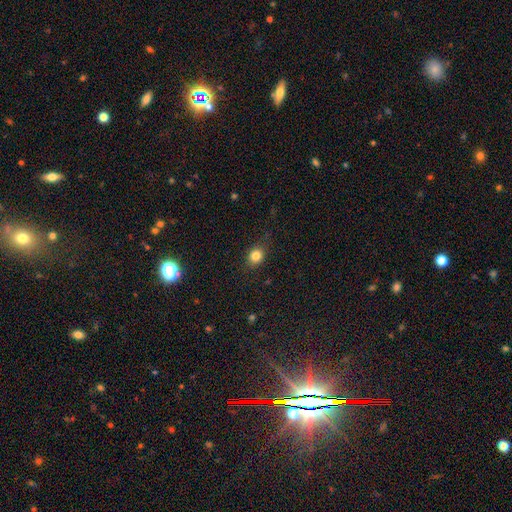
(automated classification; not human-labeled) Overall: smooth (83%). How rounded: round (62%; in between 37%). Merging: none (82%).